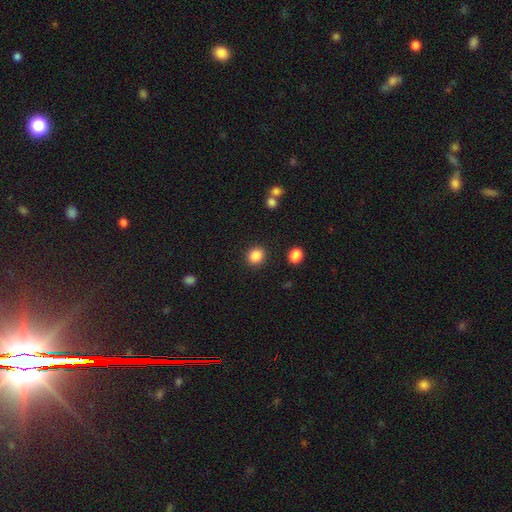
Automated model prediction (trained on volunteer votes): This is clearly a smooth galaxy (86%). How rounded: likely round (80%). Merging: clearly none (89%).